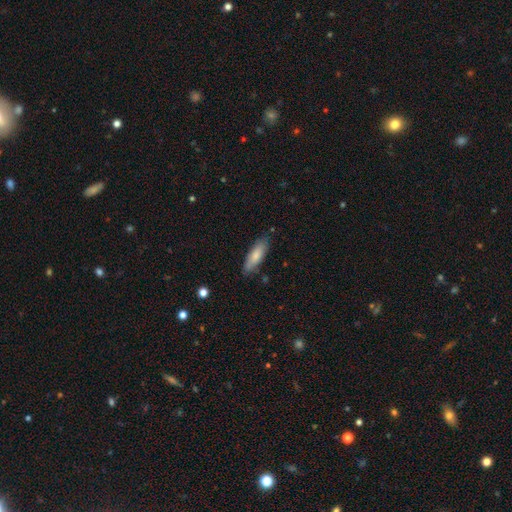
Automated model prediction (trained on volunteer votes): smooth_or_featured: smooth (p=0.78) [alt: featured or disk p=0.17]
how_rounded: in between (p=0.53) [alt: cigar-shaped p=0.45]
merging: none (p=0.81) [alt: minor disturbance p=0.15]